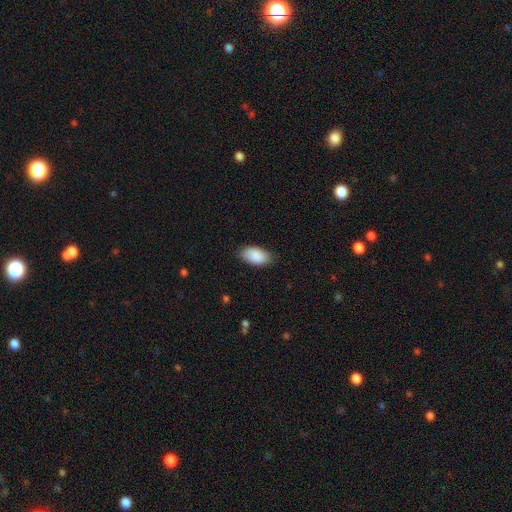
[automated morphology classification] Q: Smooth or featured?
A: smooth (90%); runner-up: star or artifact (6%)
Q: How rounded?
A: in between (95%); runner-up: round (3%)
Q: Merging?
A: none (83%); runner-up: minor disturbance (14%)